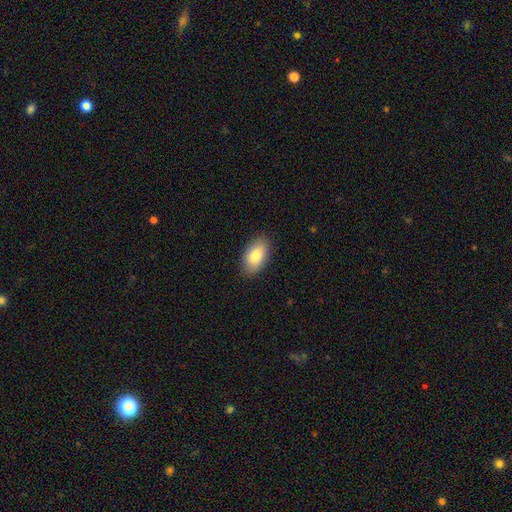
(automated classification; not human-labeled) smooth 85%, featured or disk 9%, star or artifact 6%. Down the decision tree: how rounded — in between (94%); merging — none (87%).